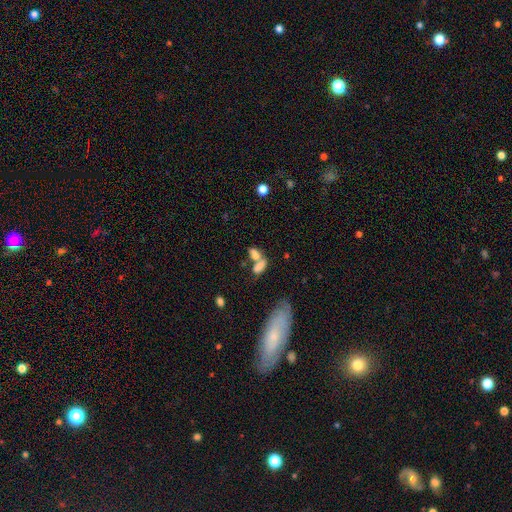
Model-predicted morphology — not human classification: smooth 73%, featured or disk 16%, star or artifact 11%. Down the decision tree: how rounded — in between (80%); merging — merger (62%).